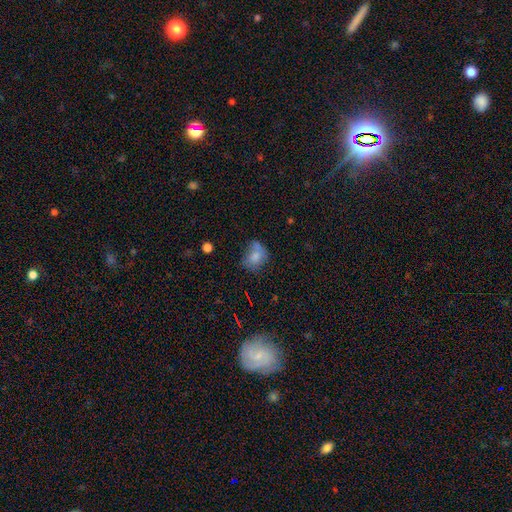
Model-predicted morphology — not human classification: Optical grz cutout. It shows a smooth galaxy with no disk features (74%) that is in between round and cigar-shaped (52%). Merging: none (42%).